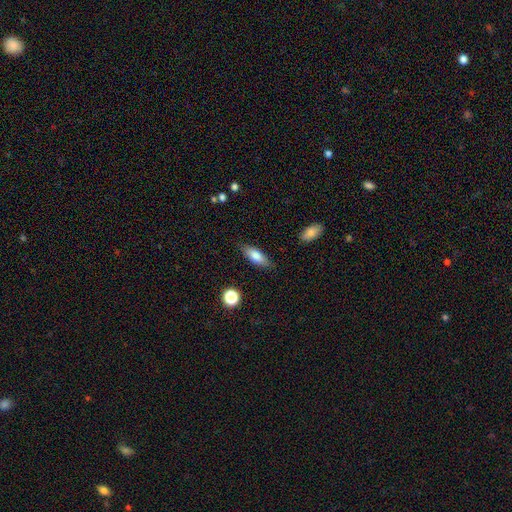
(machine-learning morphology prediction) smooth_or_featured: smooth (p=0.79) [alt: featured or disk p=0.14]
how_rounded: in between (p=0.70) [alt: cigar-shaped p=0.27]
merging: none (p=0.83) [alt: minor disturbance p=0.13]